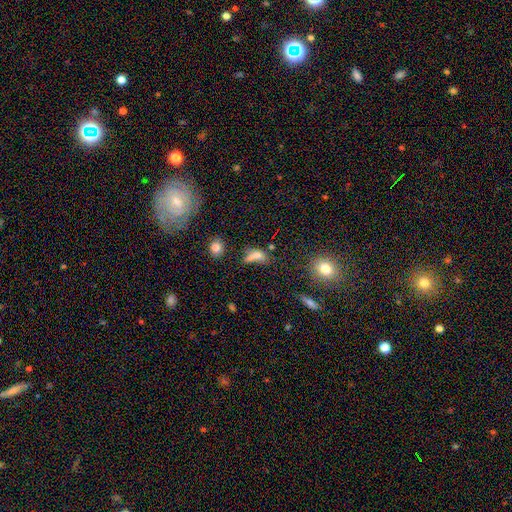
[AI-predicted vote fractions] Morphology: type=smooth (67%); roundness=in between (69%); merging=merger (34%).